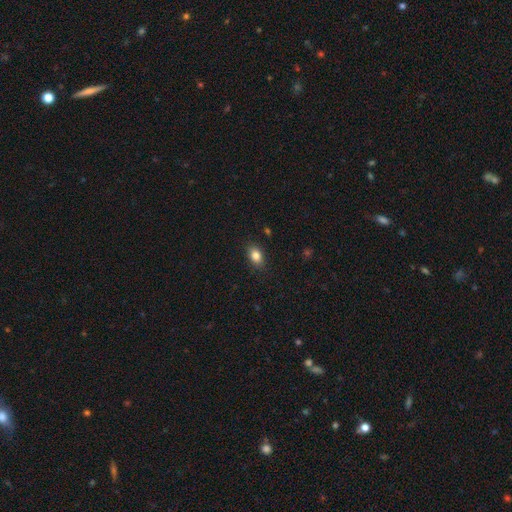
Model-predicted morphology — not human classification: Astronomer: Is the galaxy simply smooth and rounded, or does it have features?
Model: smooth — 83%.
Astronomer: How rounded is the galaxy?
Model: in between — 80%.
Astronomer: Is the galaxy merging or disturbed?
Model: none — 87%.